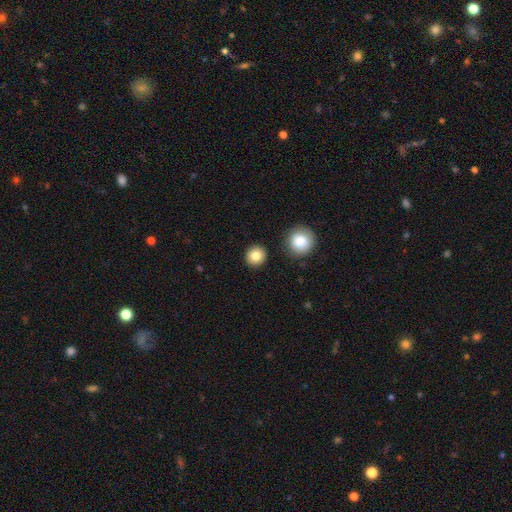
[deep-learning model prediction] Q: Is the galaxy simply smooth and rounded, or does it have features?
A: smooth — 83%.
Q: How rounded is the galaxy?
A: round — 93%.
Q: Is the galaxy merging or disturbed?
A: none — 89%.